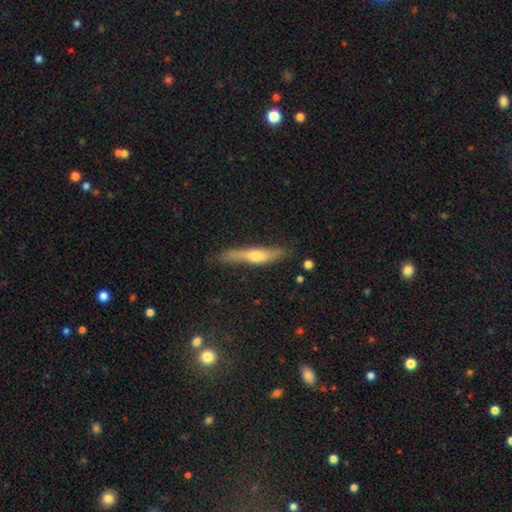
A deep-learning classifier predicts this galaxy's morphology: smooth-or-featured: featured or disk: 56% | smooth: 37% | star or artifact: 7%
  disk-edge-on: yes: 89% | no: 11%
  merging: none: 75% | minor disturbance: 19% | major disturbance: 4% | merger: 2%